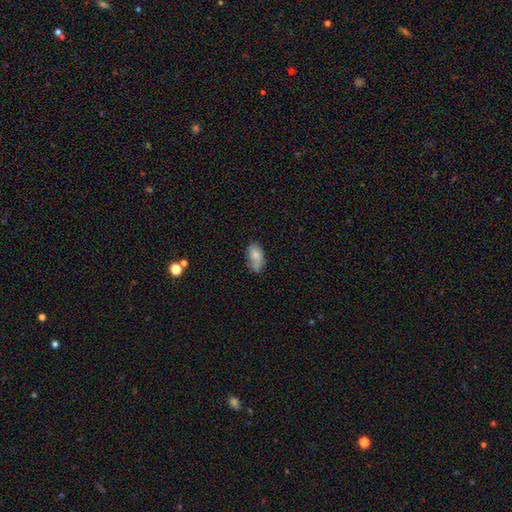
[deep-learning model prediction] This is likely a smooth galaxy (74%). How rounded: clearly in between (92%). Merging: possibly none (49%).